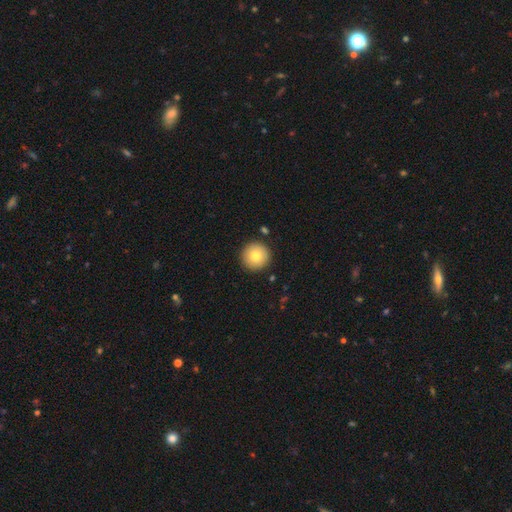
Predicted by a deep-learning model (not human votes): Overall: smooth (80%). How rounded: round (96%). Merging: none (91%).